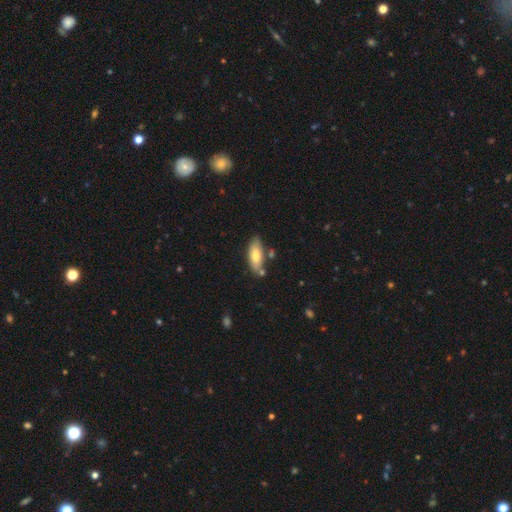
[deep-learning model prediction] smooth_or_featured: smooth (p=0.74) [alt: featured or disk p=0.20]
how_rounded: in between (p=0.78) [alt: cigar-shaped p=0.20]
merging: none (p=0.71) [alt: minor disturbance p=0.17]